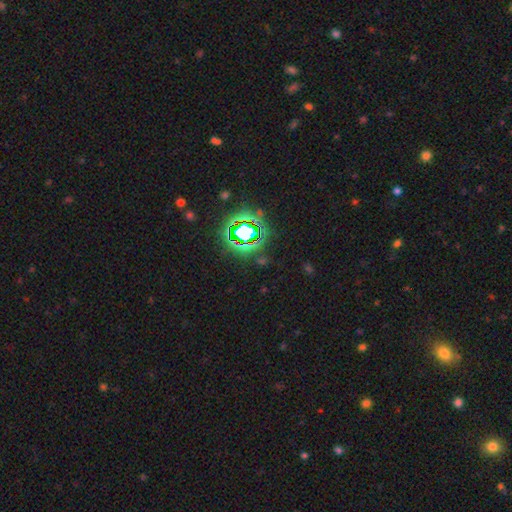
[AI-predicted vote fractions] Morphology: type=star or artifact (80%).